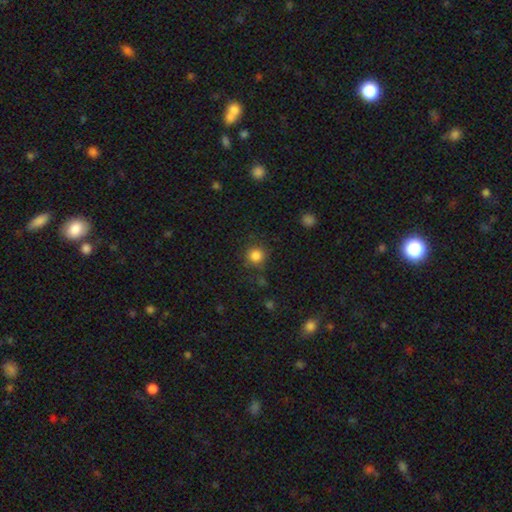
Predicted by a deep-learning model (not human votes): This is clearly a smooth galaxy (84%). How rounded: clearly round (93%). Merging: clearly none (83%).